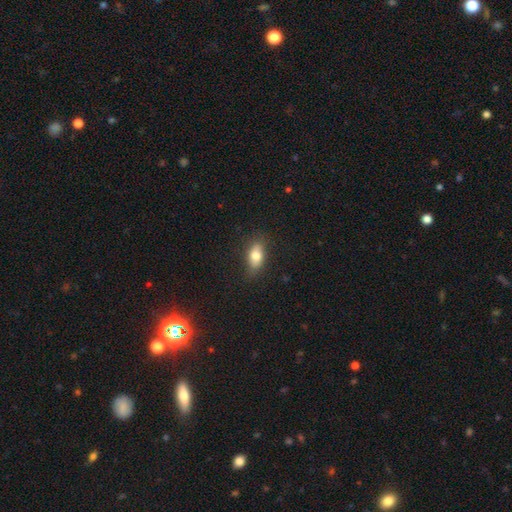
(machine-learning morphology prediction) The model was most divided on "smooth or featured": smooth: 76%, featured or disk: 17%, star or artifact: 8%. More confident: how rounded — in between (83%); merging — none (80%).